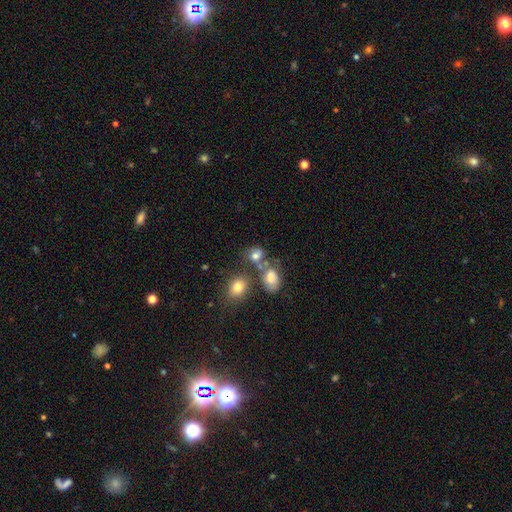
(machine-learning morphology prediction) Smooth or featured?
  - smooth: 73% *
  - star or artifact: 14%
  - featured or disk: 13%
How rounded?
  - in between: 58% *
  - round: 41%
  - cigar-shaped: 2%
Merging?
  - none: 44% *
  - merger: 31%
  - minor disturbance: 16%
  - major disturbance: 9%